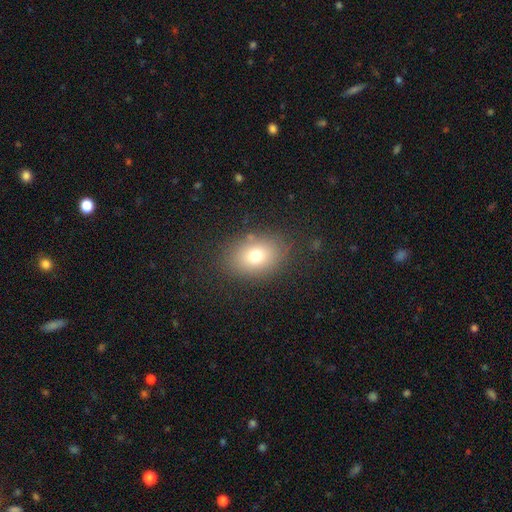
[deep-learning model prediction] A smooth galaxy with no disk features (75%) that is in between round and cigar-shaped (75%). Merging: none (84%).